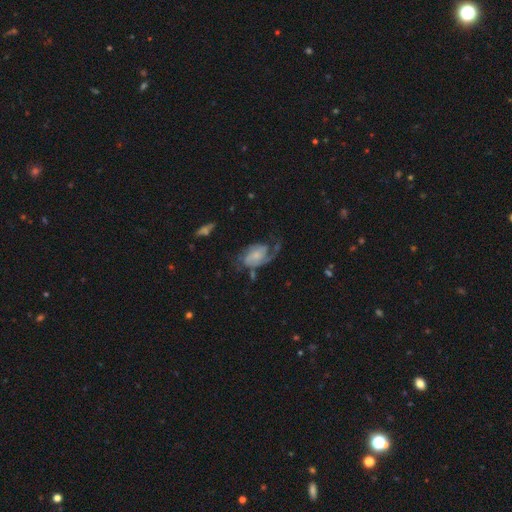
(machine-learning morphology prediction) A featured or disk galaxy (76%) with no bar (61%), 2 (56%) medium (43%) spiral arms (93%) and a small central bulge (42%). Merging: none (42%).